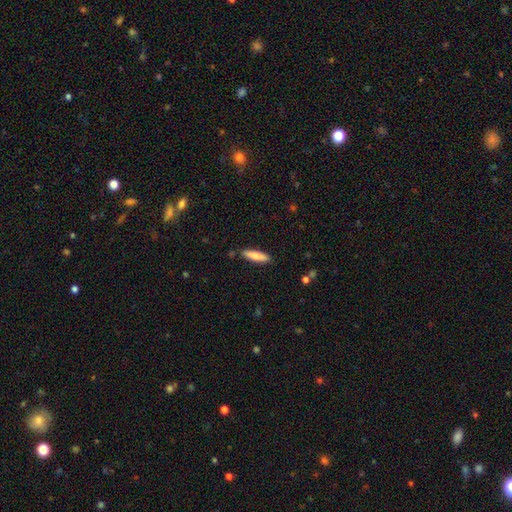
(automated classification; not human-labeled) Q: Smooth or featured?
A: smooth (80%); runner-up: featured or disk (14%)
Q: How rounded?
A: cigar-shaped (73%); runner-up: in between (26%)
Q: Merging?
A: none (88%); runner-up: minor disturbance (9%)